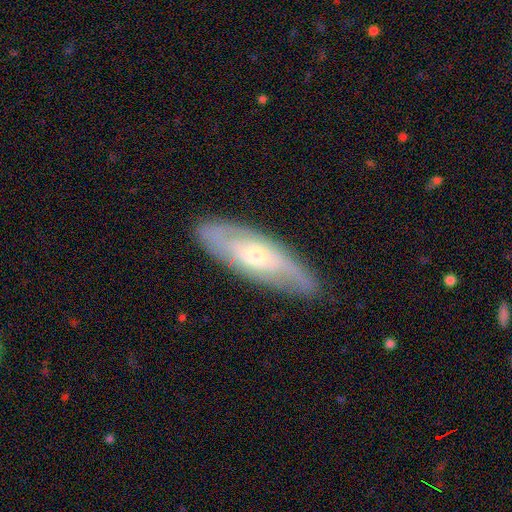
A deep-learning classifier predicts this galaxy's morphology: This appears to be a featured or disk galaxy (69%) with no bar (67%), spiral arms (78%) and a small central bulge (54%). Merging: none (83%).